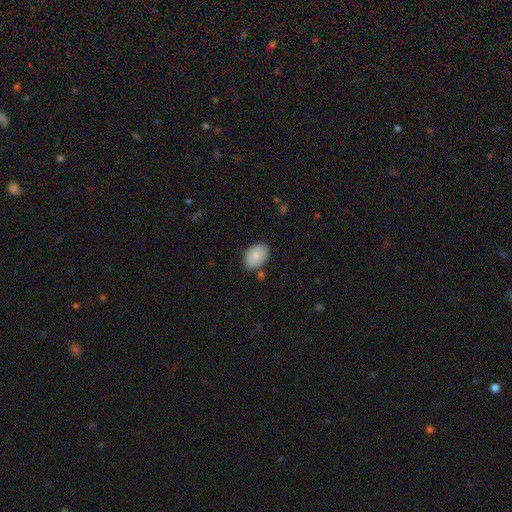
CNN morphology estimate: smooth-or-featured: smooth: 86% | featured or disk: 7% | star or artifact: 6%
  how-rounded: in between: 87% | round: 12% | cigar-shaped: 1%
  merging: none: 80% | minor disturbance: 14% | merger: 3% | major disturbance: 3%